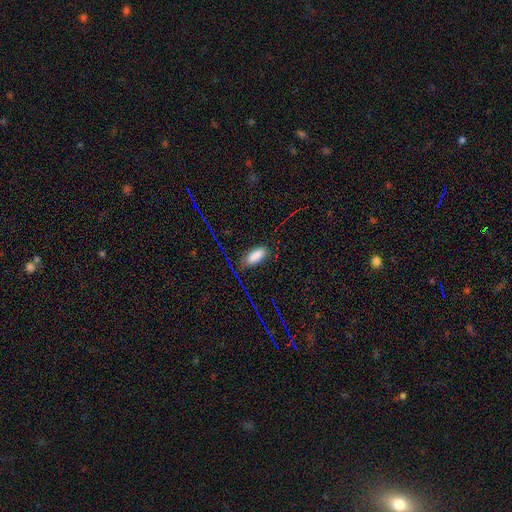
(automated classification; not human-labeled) Smooth or featured? Predicted: smooth (p=0.82). How rounded? Predicted: in between (p=0.86). Merging? Predicted: none (p=0.78).